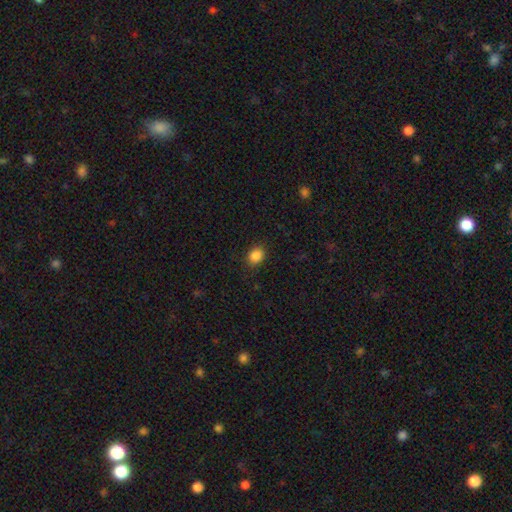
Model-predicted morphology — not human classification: The model was most divided on "how rounded": in between: 51%, round: 48%, cigar-shaped: 1%. More confident: merging — none (88%); smooth or featured — smooth (86%).